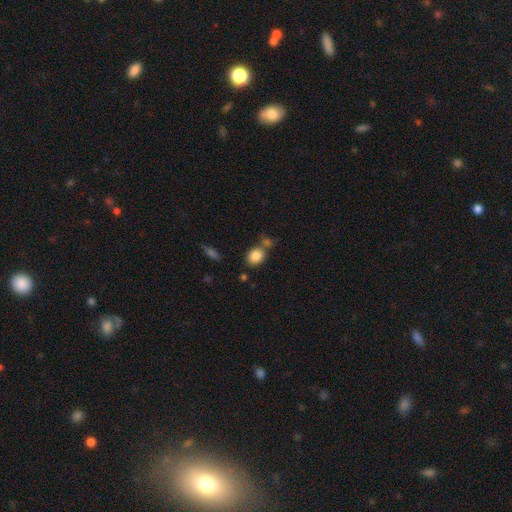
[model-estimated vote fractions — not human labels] A smooth galaxy with no disk features (85%) that is round (57%). Merging: none (66%).